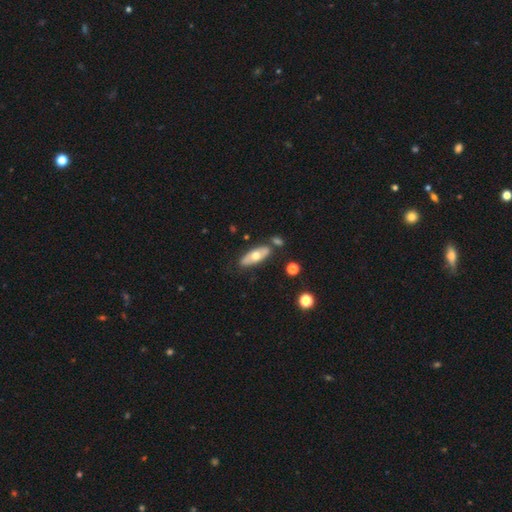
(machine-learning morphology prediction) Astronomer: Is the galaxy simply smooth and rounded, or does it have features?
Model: smooth — 52% (runner-up: featured or disk, 42%).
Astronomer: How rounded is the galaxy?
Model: in between — 69%.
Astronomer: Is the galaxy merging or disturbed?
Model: none — 74%.